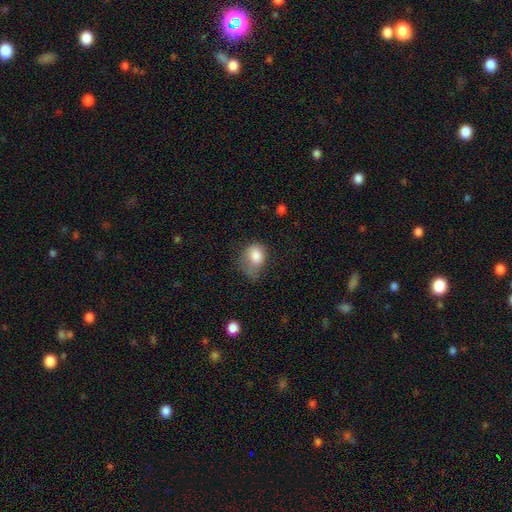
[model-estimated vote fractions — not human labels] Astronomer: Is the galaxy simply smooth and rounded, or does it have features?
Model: smooth — 80%.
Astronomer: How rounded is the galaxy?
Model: in between — 64%.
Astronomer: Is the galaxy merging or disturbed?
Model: minor disturbance — 37% (runner-up: major disturbance, 36%).